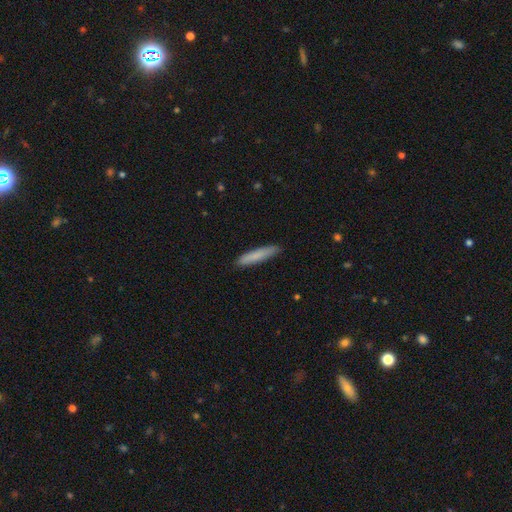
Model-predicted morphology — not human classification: This is clearly a smooth galaxy (80%). How rounded: clearly cigar-shaped (91%). Merging: clearly none (89%).